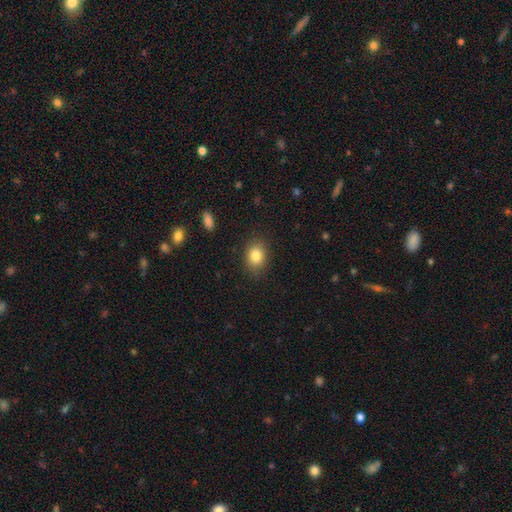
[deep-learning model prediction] Smooth or featured? smooth (83%)
How rounded? in between (60%)
Merging? none (85%)